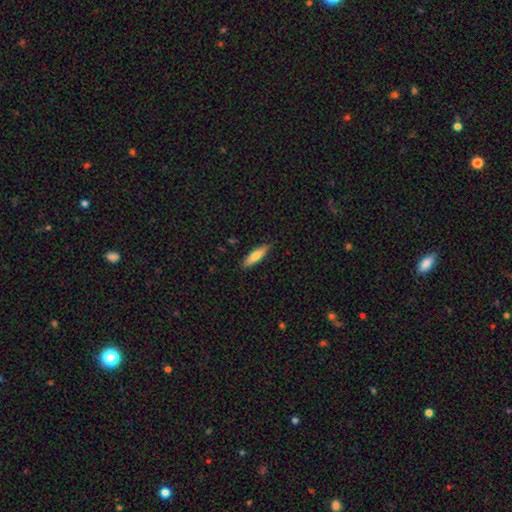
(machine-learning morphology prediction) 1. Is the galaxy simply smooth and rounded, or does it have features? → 69% smooth, 26% featured or disk, 6% star or artifact.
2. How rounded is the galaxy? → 69% cigar-shaped, 30% in between, 2% round.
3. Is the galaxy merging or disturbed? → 87% none, 10% minor disturbance, 2% major disturbance, 1% merger.